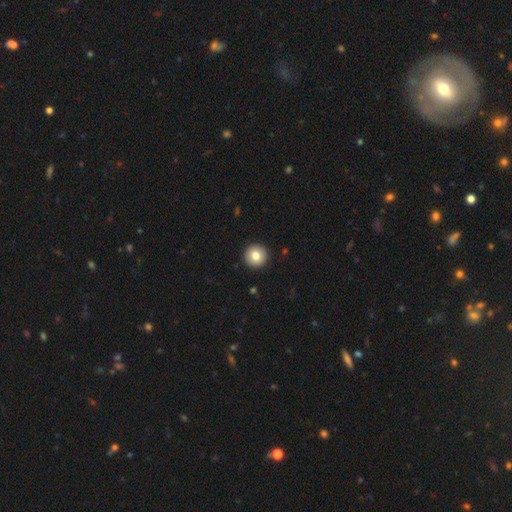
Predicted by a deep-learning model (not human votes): Overall: smooth (82%). How rounded: round (96%). Merging: none (93%).